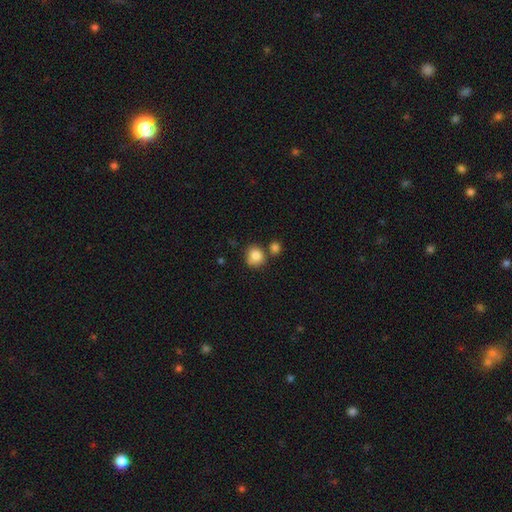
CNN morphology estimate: smooth_or_featured: smooth (p=0.84) [alt: star or artifact p=0.09]
how_rounded: round (p=0.83) [alt: in between p=0.16]
merging: none (p=0.65) [alt: minor disturbance p=0.16]